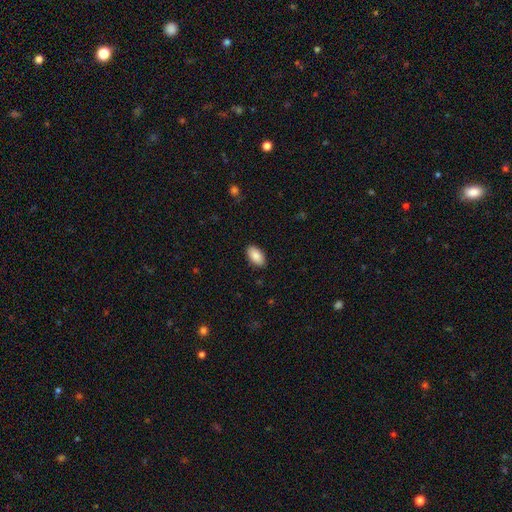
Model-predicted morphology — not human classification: smooth-or-featured: smooth: 88% | star or artifact: 7% | featured or disk: 5%
  how-rounded: in between: 95% | round: 3% | cigar-shaped: 2%
  merging: none: 88% | minor disturbance: 9% | major disturbance: 2% | merger: 1%